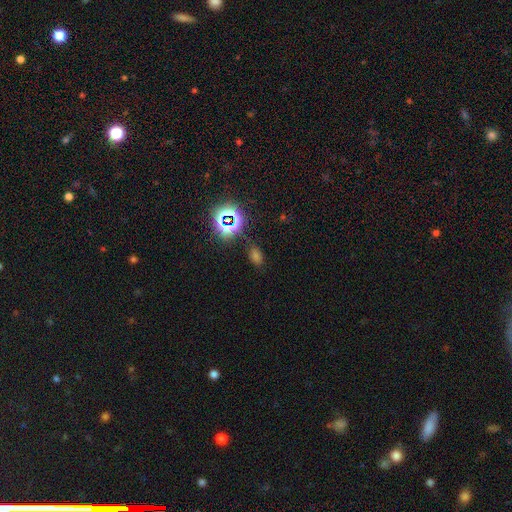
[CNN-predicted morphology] This is possibly a smooth galaxy (47%). Merging: likely none (75%).